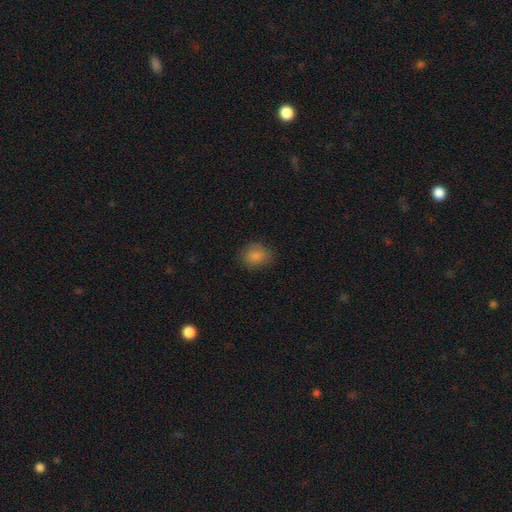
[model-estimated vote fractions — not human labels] This appears to be a smooth galaxy with no disk features (84%) that is round (56%). Merging: none (77%).